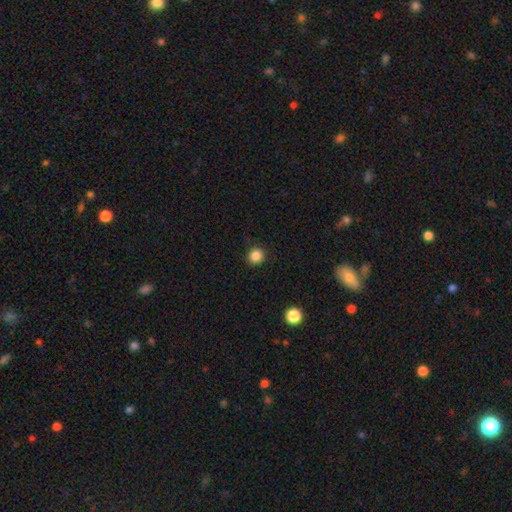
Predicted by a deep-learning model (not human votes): smooth_or_featured: smooth (p=0.85) [alt: star or artifact p=0.11]
how_rounded: round (p=0.90) [alt: in between p=0.09]
merging: none (p=0.91) [alt: minor disturbance p=0.06]